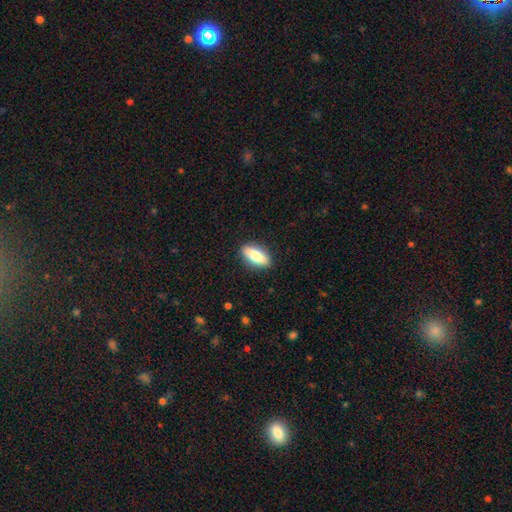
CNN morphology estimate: Smooth or featured? smooth (77%)
How rounded? in between (81%)
Merging? none (88%)